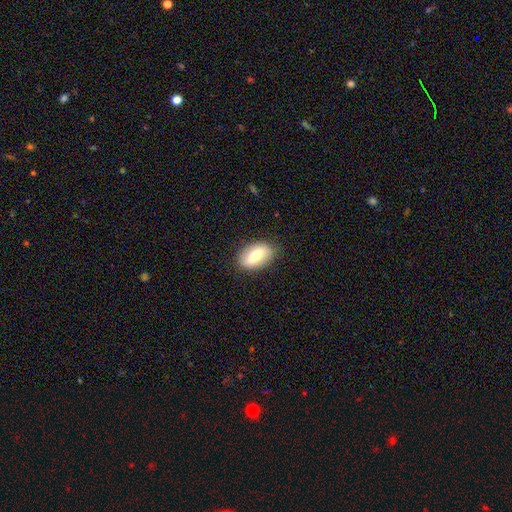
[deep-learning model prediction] Overall: smooth (67%). How rounded: in between (90%). Merging: none (84%).